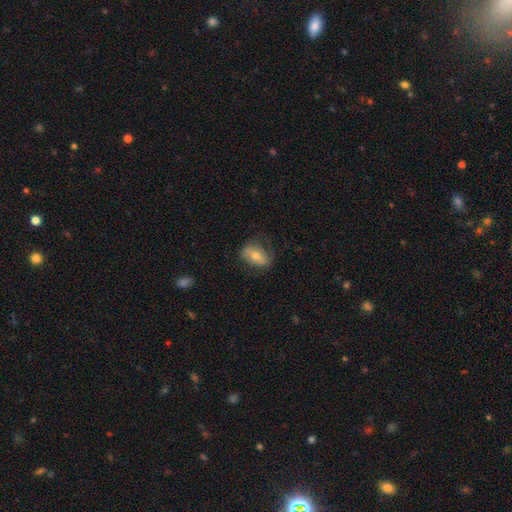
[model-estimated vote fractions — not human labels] A smooth galaxy with no disk features (53%) that is in between round and cigar-shaped (83%). Merging: none (69%).